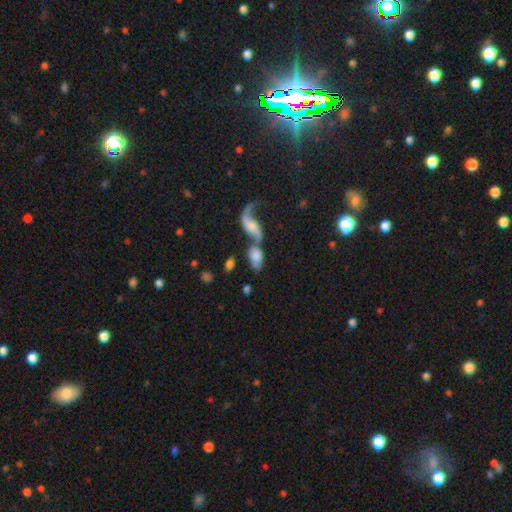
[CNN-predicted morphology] A smooth galaxy with no disk features (56%) that is in between round and cigar-shaped (87%).

Vote fractions:
- Smooth or featured? smooth: 56% / featured or disk: 36% / star or artifact: 8%
- How rounded? in between: 87% / cigar-shaped: 7% / round: 6%
- Merging? merger: 64% / none: 19% / major disturbance: 9% / minor disturbance: 8%